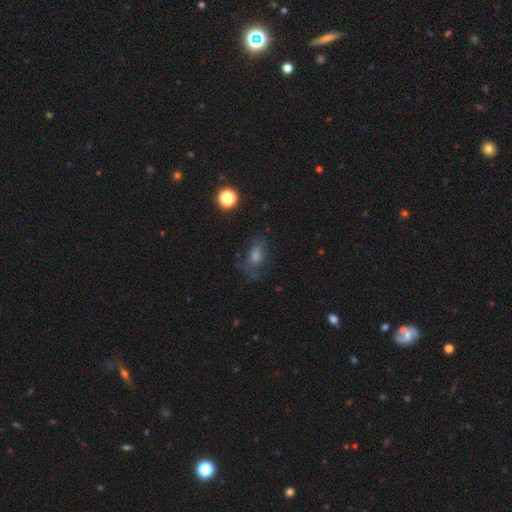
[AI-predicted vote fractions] Smooth or featured?
  - smooth: 49% *
  - featured or disk: 26%
  - star or artifact: 25%
Merging?
  - none: 62% *
  - minor disturbance: 20%
  - major disturbance: 15%
  - merger: 2%